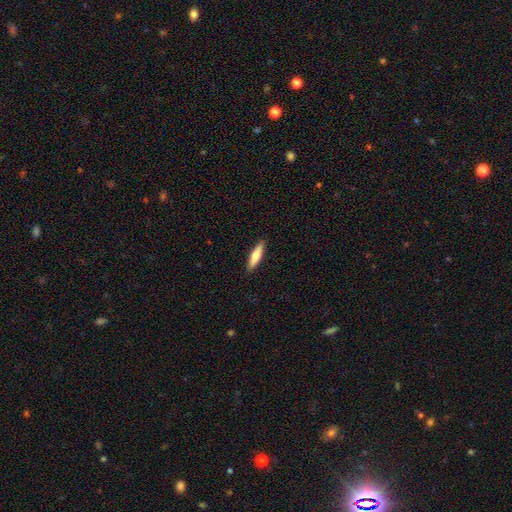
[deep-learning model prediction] Smooth or featured? smooth (65%)
How rounded? cigar-shaped (74%)
Merging? none (90%)